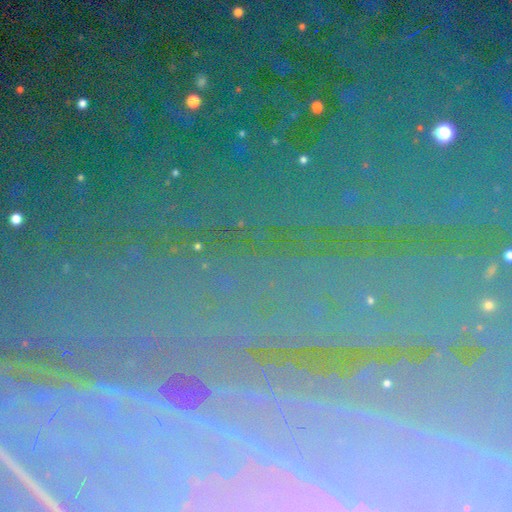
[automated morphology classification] Smooth or featured? Predicted: star or artifact (p=0.76).